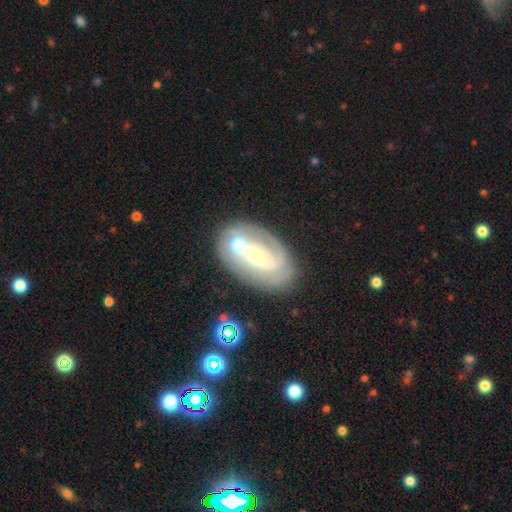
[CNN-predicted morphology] Smooth or featured: featured or disk — 71% (smooth — 21%)
Edge-on disk: no — 95% (yes — 5%)
Bar: no — 57% (weak — 30%)
Spiral arms: yes — 76% (no — 24%)
Spiral winding: tight — 47% (medium — 35%)
Spiral arm count: 2 — 45% (can't tell — 29%)
Bulge size: small — 49% (moderate — 43%)
Merging: none — 45% (merger — 28%)